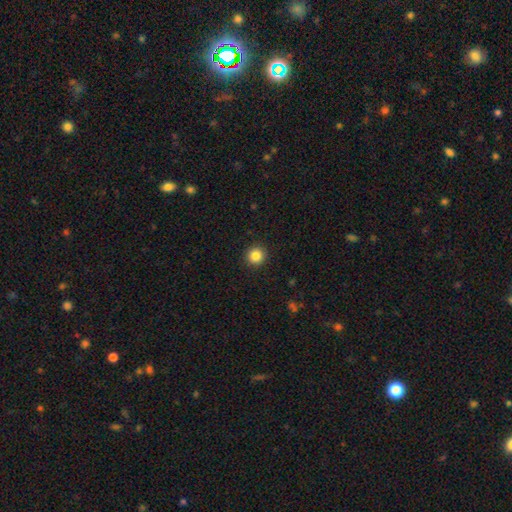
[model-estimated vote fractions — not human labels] smooth_or_featured: smooth (p=0.85) [alt: star or artifact p=0.11]
how_rounded: round (p=0.94) [alt: in between p=0.05]
merging: none (p=0.93) [alt: minor disturbance p=0.05]